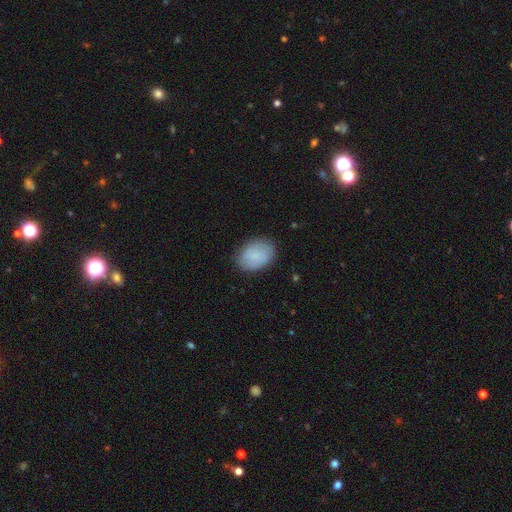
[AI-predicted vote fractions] This is clearly a smooth galaxy (84%). How rounded: clearly in between (82%). Merging: clearly none (84%).